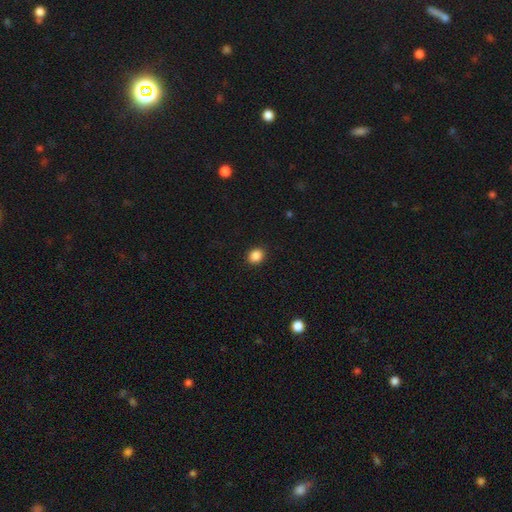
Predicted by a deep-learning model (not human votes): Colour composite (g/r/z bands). It shows a smooth galaxy with no disk features (87%) that is round (62%). Merging: none (91%).